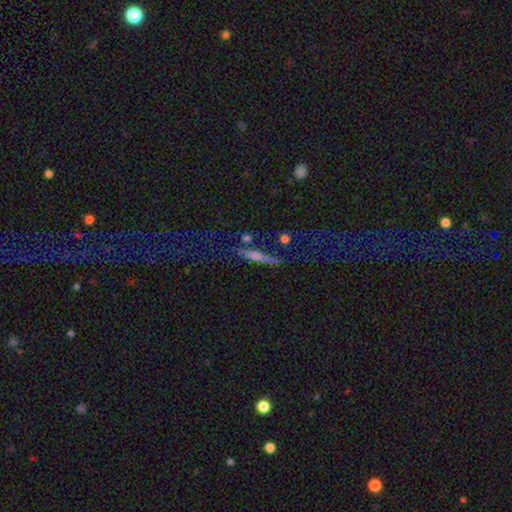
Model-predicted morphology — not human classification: smooth_or_featured: featured or disk (p=0.53) [alt: smooth p=0.34]
disk_edge_on: yes (p=0.92) [alt: no p=0.08]
merging: none (p=0.70) [alt: minor disturbance p=0.15]